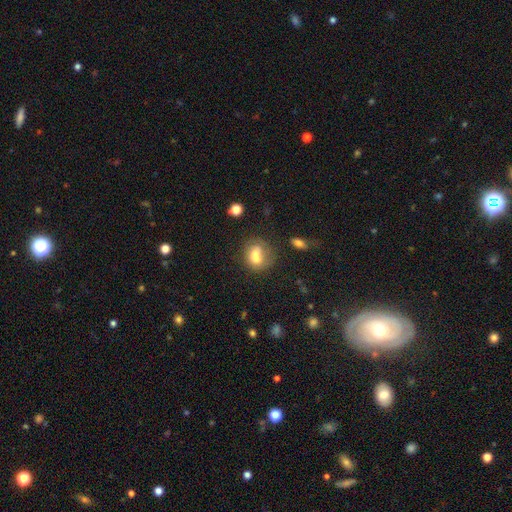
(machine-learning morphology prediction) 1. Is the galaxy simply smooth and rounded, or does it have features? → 66% smooth, 23% featured or disk, 10% star or artifact.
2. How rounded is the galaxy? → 52% round, 47% in between, 2% cigar-shaped.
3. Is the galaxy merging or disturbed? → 51% merger, 29% none, 12% minor disturbance, 7% major disturbance.